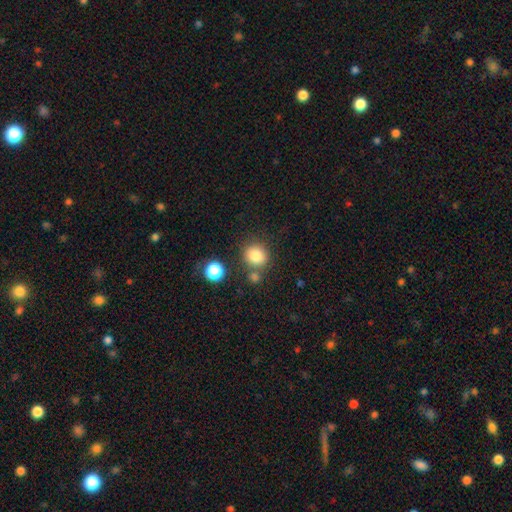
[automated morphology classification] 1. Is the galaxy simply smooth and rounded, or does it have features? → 82% smooth, 12% star or artifact, 6% featured or disk.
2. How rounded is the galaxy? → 80% round, 19% in between, 1% cigar-shaped.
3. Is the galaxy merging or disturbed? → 73% none, 13% merger, 11% minor disturbance, 4% major disturbance.